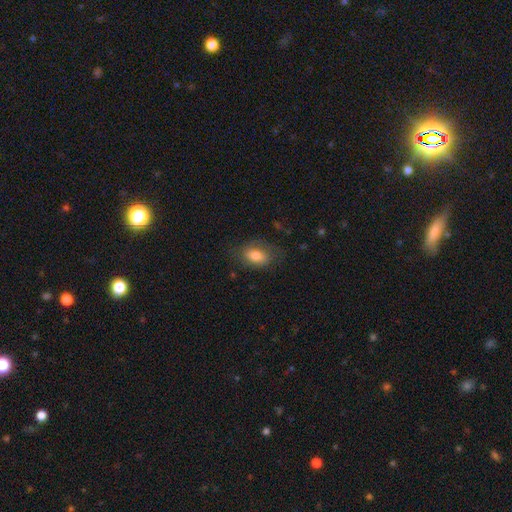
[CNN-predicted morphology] smooth 74%, featured or disk 18%, star or artifact 8%. Down the decision tree: how rounded — in between (85%); merging — none (67%).